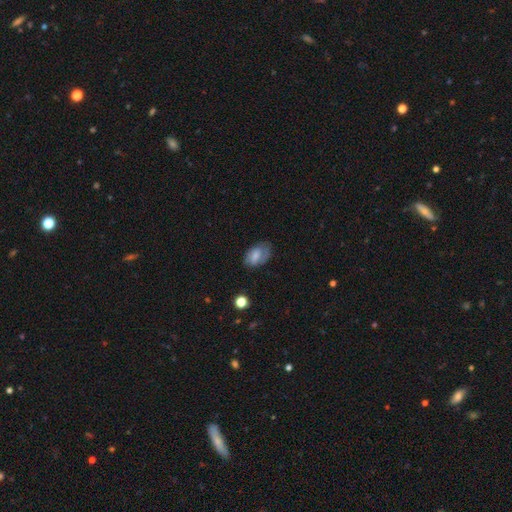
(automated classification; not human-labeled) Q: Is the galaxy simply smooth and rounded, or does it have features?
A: smooth — 65%.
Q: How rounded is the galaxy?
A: in between — 90%.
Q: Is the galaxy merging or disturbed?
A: none — 66%.